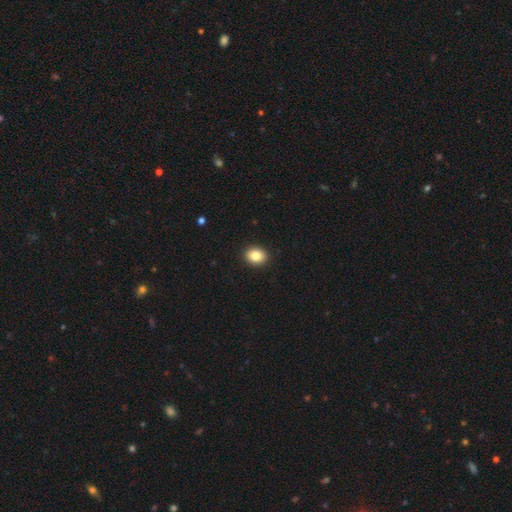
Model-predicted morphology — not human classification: Smooth or featured? smooth (84%)
How rounded? round (51%)
Merging? none (92%)